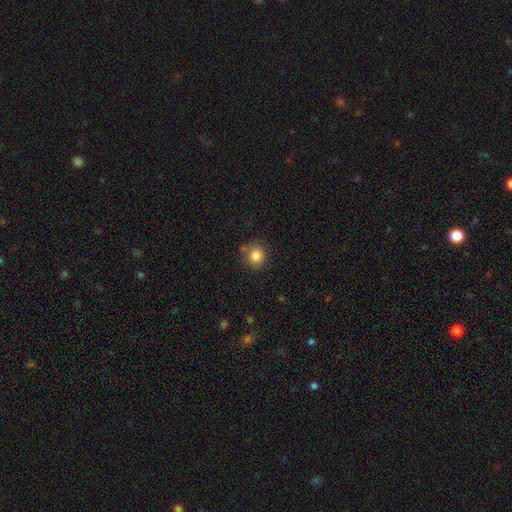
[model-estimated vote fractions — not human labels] Overall: smooth (85%). How rounded: round (85%). Merging: none (75%).